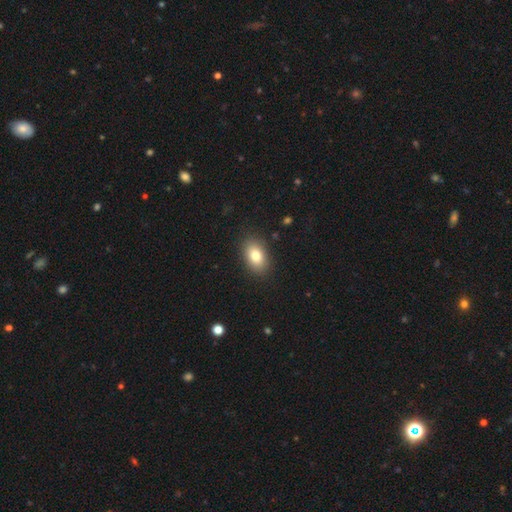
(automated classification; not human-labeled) Overall: smooth (82%). How rounded: in between (87%). Merging: none (87%).